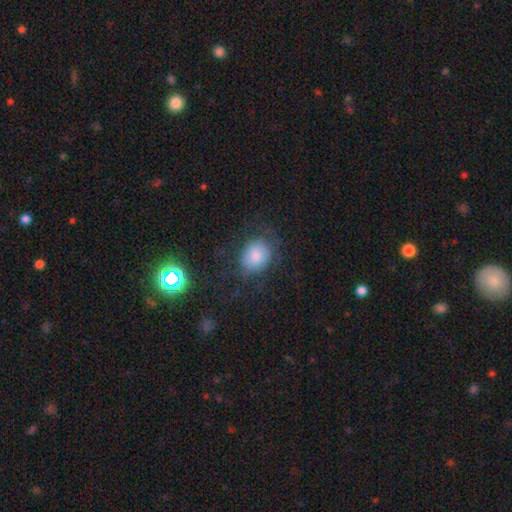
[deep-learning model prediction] smooth_or_featured: smooth (p=0.72) [alt: featured or disk p=0.17]
how_rounded: round (p=0.58) [alt: in between p=0.41]
merging: none (p=0.60) [alt: minor disturbance p=0.20]